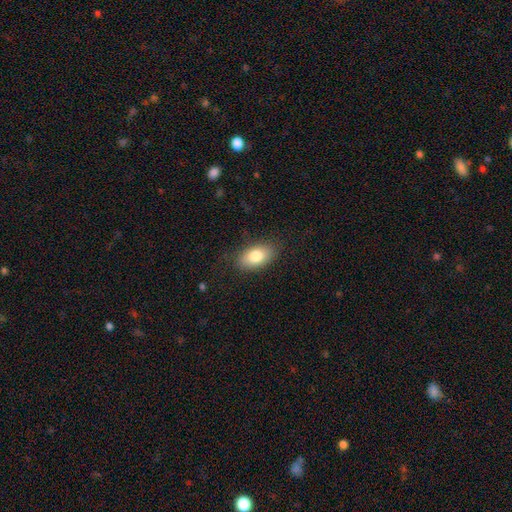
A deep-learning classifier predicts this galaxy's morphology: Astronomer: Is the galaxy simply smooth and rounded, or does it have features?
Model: smooth — 80%.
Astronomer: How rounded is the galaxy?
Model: in between — 91%.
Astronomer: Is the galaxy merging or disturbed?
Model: none — 84%.